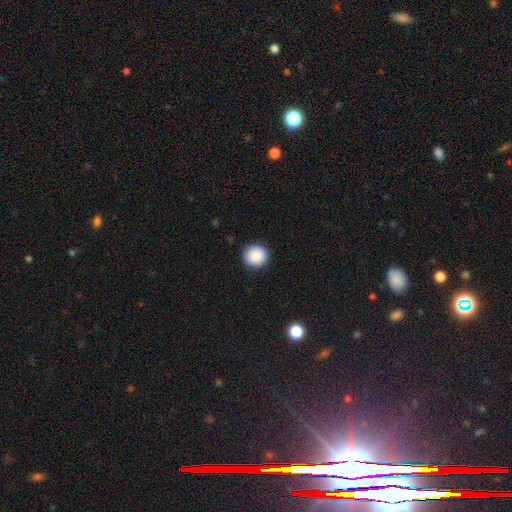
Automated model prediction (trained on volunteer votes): Smooth or featured?
  - smooth: 89% *
  - star or artifact: 8%
  - featured or disk: 3%
How rounded?
  - round: 93% *
  - in between: 6%
  - cigar-shaped: 1%
Merging?
  - none: 91% *
  - minor disturbance: 6%
  - major disturbance: 2%
  - merger: 1%